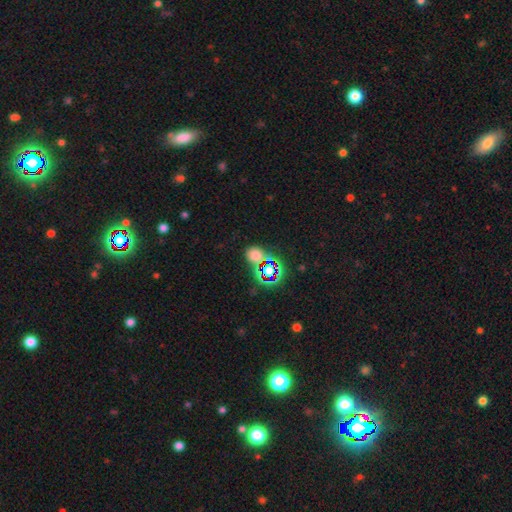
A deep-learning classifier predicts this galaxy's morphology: The model was most divided on "how rounded": round: 64%, in between: 34%, cigar-shaped: 1%. More confident: merging — none (68%); smooth or featured — smooth (62%).